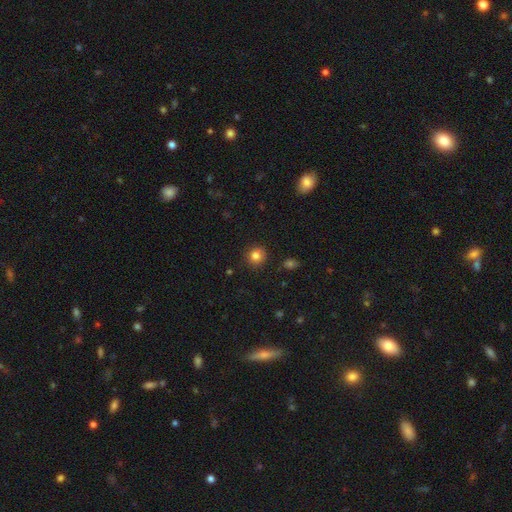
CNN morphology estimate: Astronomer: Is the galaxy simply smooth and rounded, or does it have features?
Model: smooth — 82%.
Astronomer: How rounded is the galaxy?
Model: round — 91%.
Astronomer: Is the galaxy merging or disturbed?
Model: none — 89%.